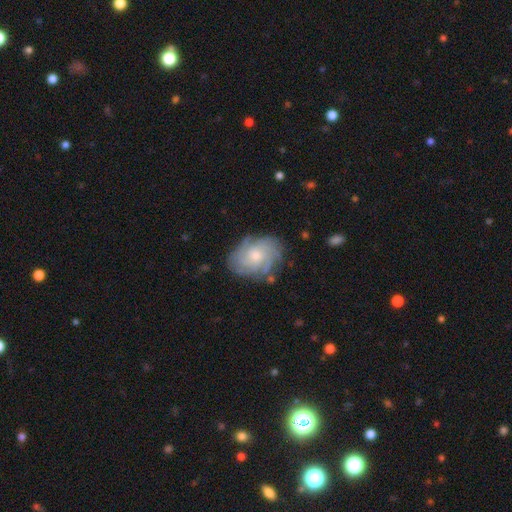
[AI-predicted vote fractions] A featured or disk galaxy (76%) with no bar (76%), tight (61%) spiral arms (95%) and a moderate central bulge (49%). Merging: none (76%).